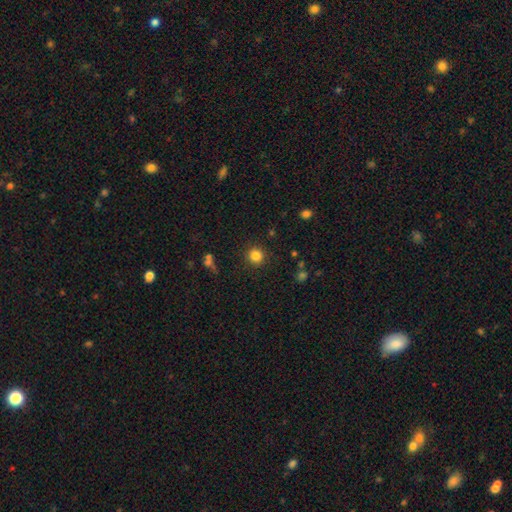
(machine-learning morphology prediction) Smooth or featured: smooth — 83% (star or artifact — 12%)
How rounded: round — 92% (in between — 7%)
Merging: none — 90% (minor disturbance — 6%)